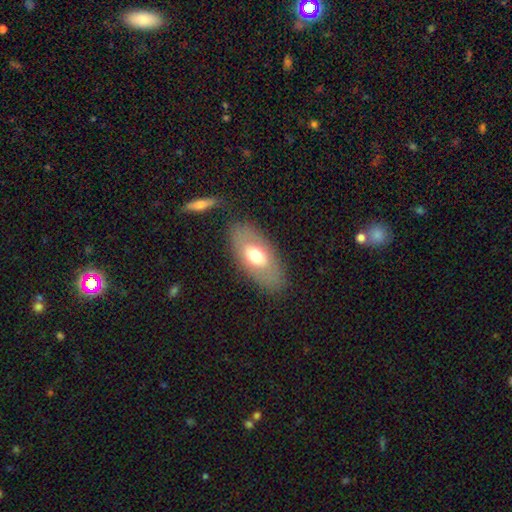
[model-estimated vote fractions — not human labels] Smooth or featured?
  - smooth: 57% *
  - featured or disk: 36%
  - star or artifact: 7%
How rounded?
  - in between: 90% *
  - cigar-shaped: 5%
  - round: 5%
Merging?
  - none: 80% *
  - minor disturbance: 12%
  - major disturbance: 5%
  - merger: 3%